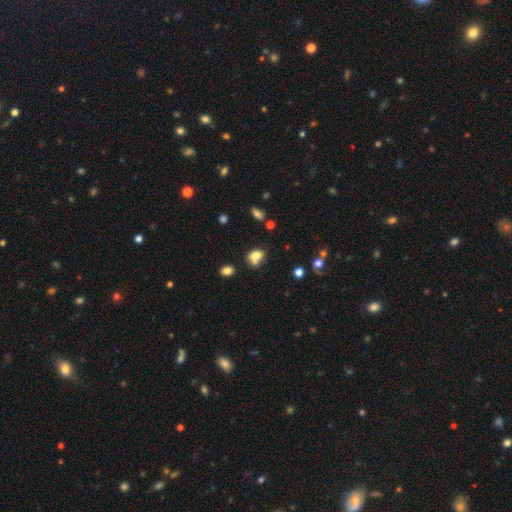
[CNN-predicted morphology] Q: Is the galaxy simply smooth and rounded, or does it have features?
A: smooth — 74%.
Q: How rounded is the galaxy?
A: in between — 67%.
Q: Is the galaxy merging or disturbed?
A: none — 44%.